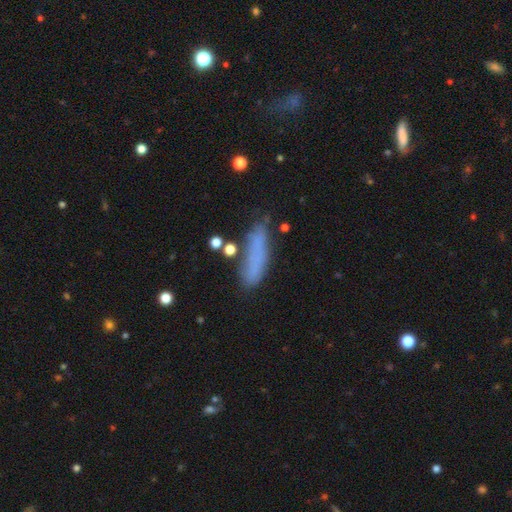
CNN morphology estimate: Overall: smooth (74%). How rounded: cigar-shaped (71%). Merging: none (69%).